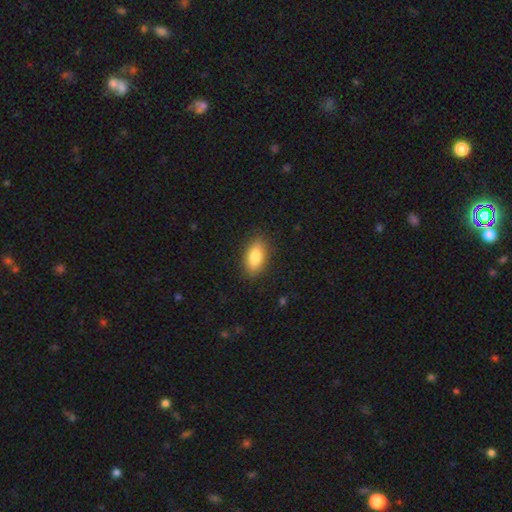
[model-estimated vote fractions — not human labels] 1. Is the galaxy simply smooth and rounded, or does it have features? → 85% smooth, 8% featured or disk, 7% star or artifact.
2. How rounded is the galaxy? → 87% in between, 9% cigar-shaped, 4% round.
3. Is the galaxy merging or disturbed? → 86% none, 10% minor disturbance, 3% major disturbance, 1% merger.